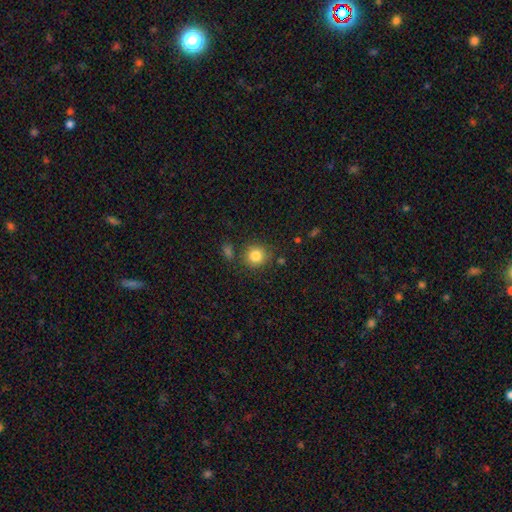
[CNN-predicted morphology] A smooth galaxy with no disk features (84%) that is round (89%).

Vote fractions:
- Smooth or featured? smooth: 84% / star or artifact: 10% / featured or disk: 6%
- How rounded? round: 89% / in between: 10% / cigar-shaped: 1%
- Merging? none: 79% / minor disturbance: 11% / merger: 6% / major disturbance: 3%